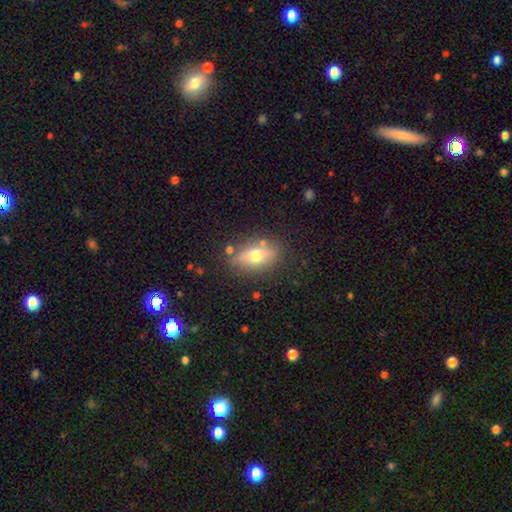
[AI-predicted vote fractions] The model was most divided on "smooth or featured": smooth: 56%, featured or disk: 35%, star or artifact: 9%. More confident: merging — none (78%); how rounded — in between (78%).